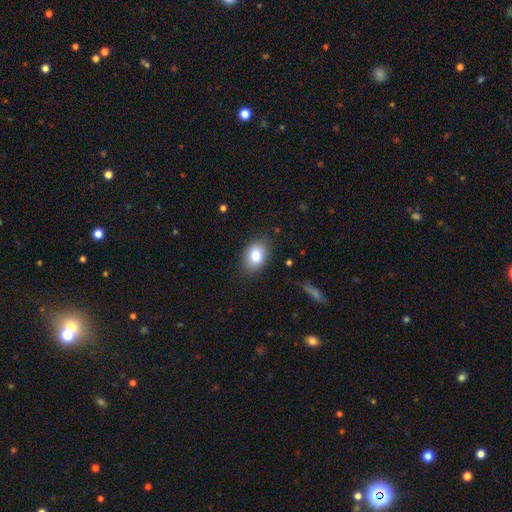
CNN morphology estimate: type=smooth (83%); roundness=in between (77%); merging=none (84%).